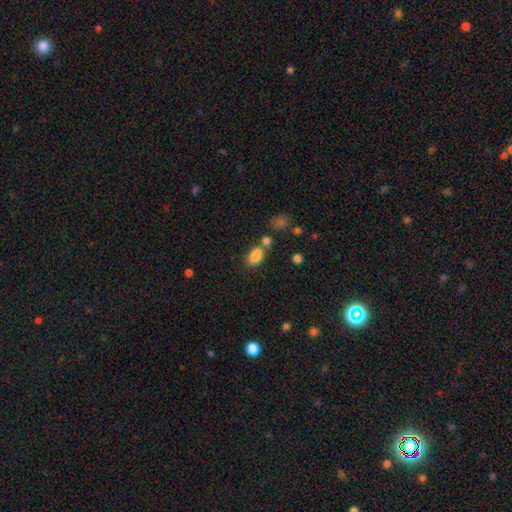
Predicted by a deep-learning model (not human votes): This appears to be a smooth galaxy with no disk features (83%) that is in between round and cigar-shaped (86%). Merging: none (51%).